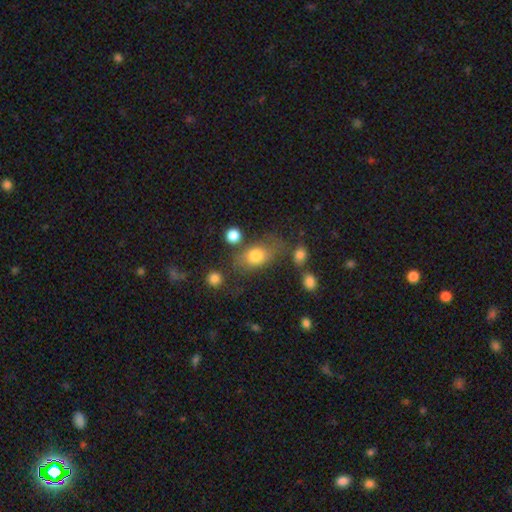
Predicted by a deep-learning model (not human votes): The model was most divided on "merging": none: 57%, minor disturbance: 21%, major disturbance: 12%, merger: 10%. More confident: how rounded — in between (75%); smooth or featured — smooth (75%).